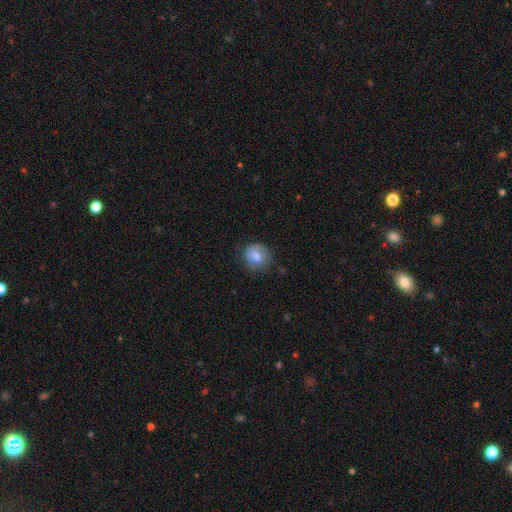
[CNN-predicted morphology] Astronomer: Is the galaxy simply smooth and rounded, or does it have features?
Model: smooth — 71%.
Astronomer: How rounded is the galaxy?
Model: round — 73%.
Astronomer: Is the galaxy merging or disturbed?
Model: none — 67%.